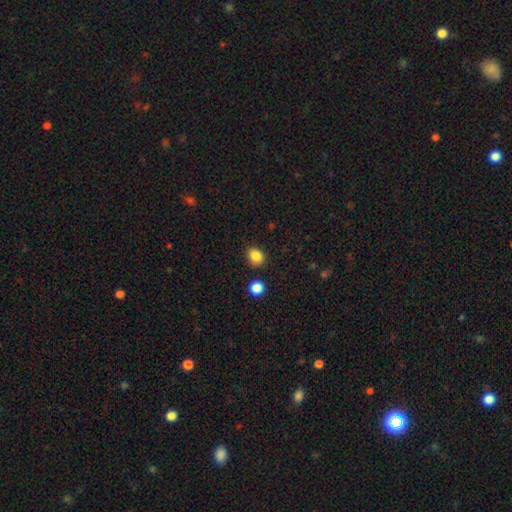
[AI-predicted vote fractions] Overall: smooth (85%). How rounded: round (53%; in between 47%). Merging: none (85%).